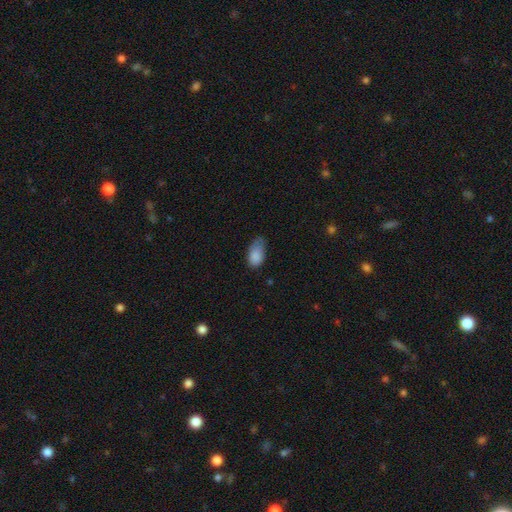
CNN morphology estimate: Q: Smooth or featured?
A: smooth (86%); runner-up: star or artifact (7%)
Q: How rounded?
A: in between (92%); runner-up: round (6%)
Q: Merging?
A: minor disturbance (44%); runner-up: none (41%)